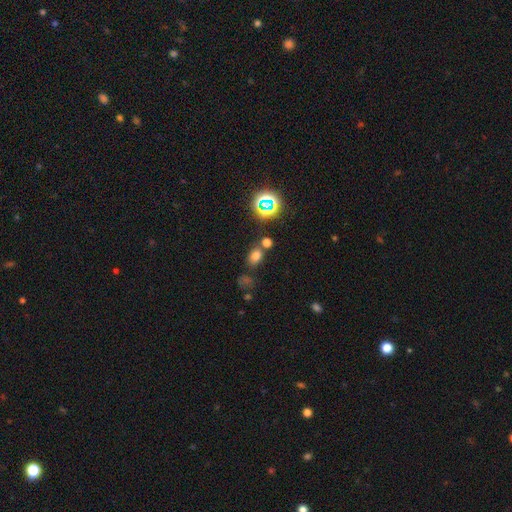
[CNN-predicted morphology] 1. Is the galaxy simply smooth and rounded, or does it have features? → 67% smooth, 25% star or artifact, 8% featured or disk.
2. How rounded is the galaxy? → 66% in between, 33% round, 2% cigar-shaped.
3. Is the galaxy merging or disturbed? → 67% none, 17% merger, 12% minor disturbance, 4% major disturbance.